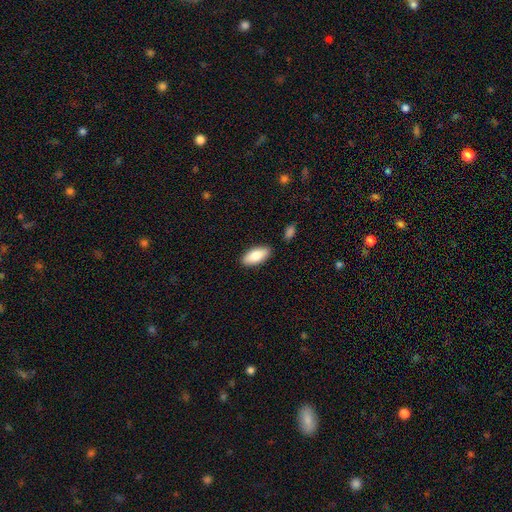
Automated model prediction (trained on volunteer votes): Q: Smooth or featured?
A: smooth (85%); runner-up: featured or disk (9%)
Q: How rounded?
A: in between (89%); runner-up: cigar-shaped (9%)
Q: Merging?
A: none (86%); runner-up: minor disturbance (9%)